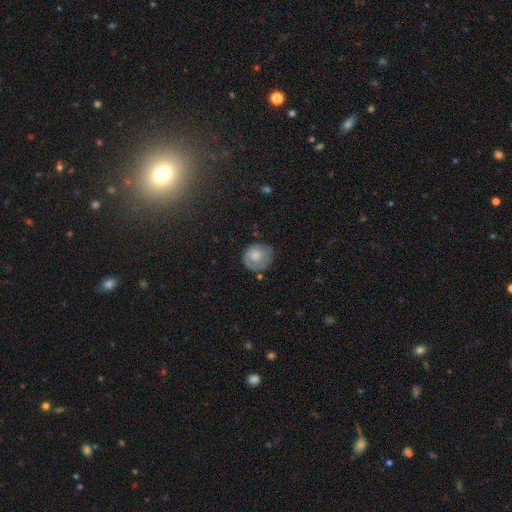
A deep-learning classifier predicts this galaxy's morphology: Smooth or featured: smooth — 58% (featured or disk — 34%)
How rounded: round — 77% (in between — 22%)
Merging: none — 62% (minor disturbance — 26%)